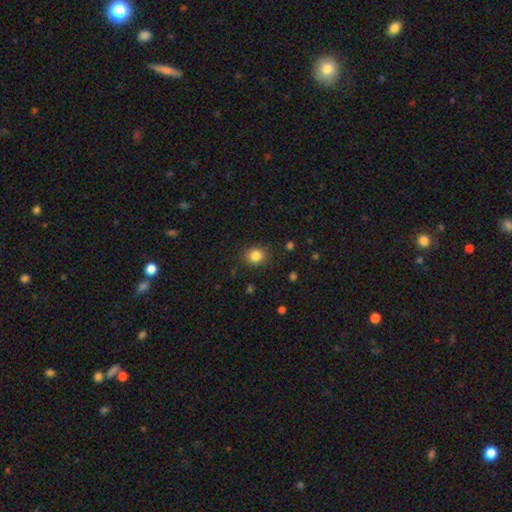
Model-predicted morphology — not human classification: type=smooth (84%); roundness=round (80%); merging=none (87%).